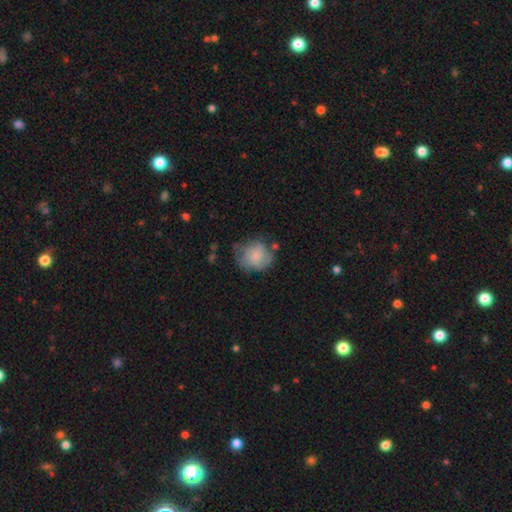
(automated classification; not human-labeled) Q: Smooth or featured?
A: smooth (68%); runner-up: featured or disk (24%)
Q: How rounded?
A: round (73%); runner-up: in between (26%)
Q: Merging?
A: none (50%); runner-up: minor disturbance (30%)